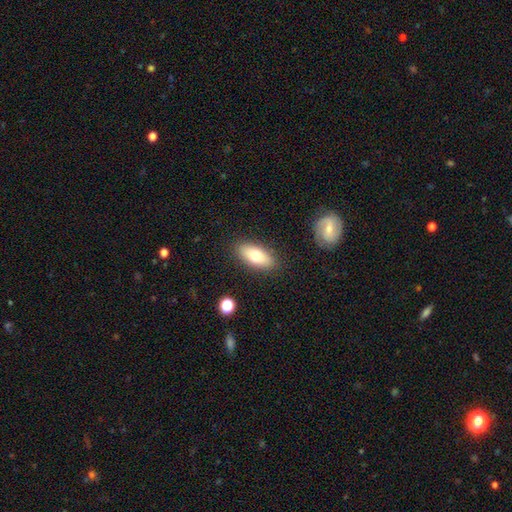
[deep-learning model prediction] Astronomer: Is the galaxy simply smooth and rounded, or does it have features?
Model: smooth — 73%.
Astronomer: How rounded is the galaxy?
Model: in between — 83%.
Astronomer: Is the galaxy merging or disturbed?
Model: none — 86%.